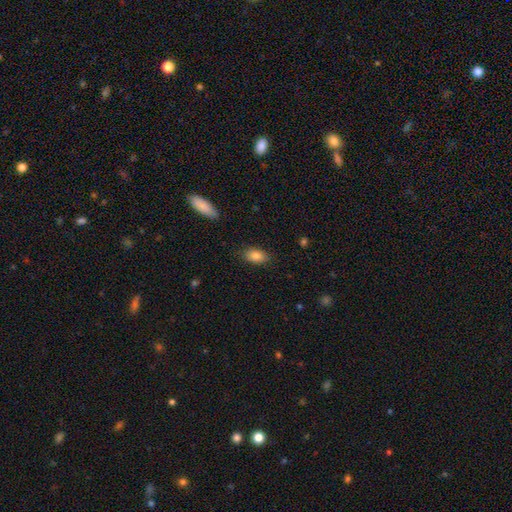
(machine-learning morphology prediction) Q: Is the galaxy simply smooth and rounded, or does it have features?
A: smooth — 85%.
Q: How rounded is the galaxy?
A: in between — 88%.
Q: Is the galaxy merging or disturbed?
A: none — 84%.